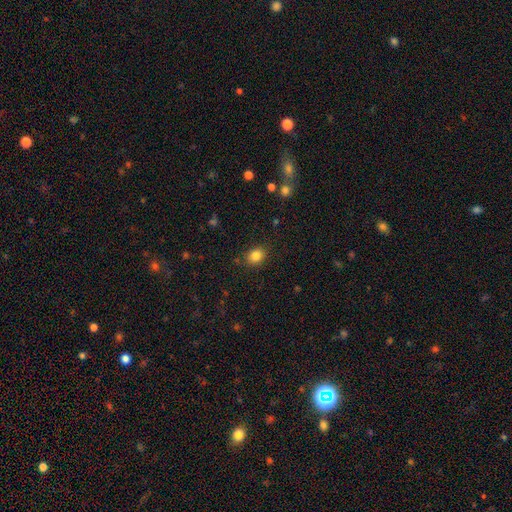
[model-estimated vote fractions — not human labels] This is clearly a smooth galaxy (84%). How rounded: possibly round (54%). Merging: clearly none (86%).